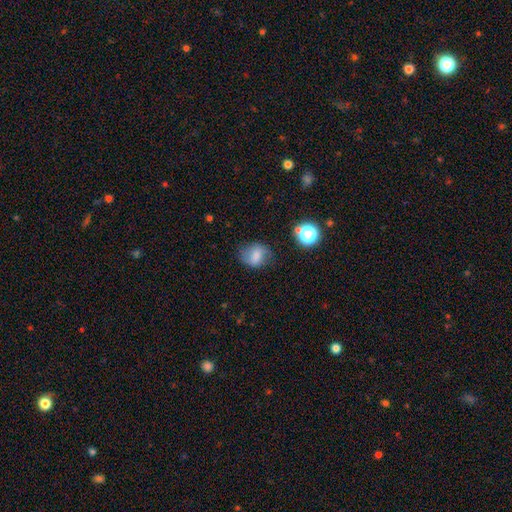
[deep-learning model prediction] smooth-or-featured: smooth: 68% | featured or disk: 19% | star or artifact: 13%
  how-rounded: in between: 50% | round: 49% | cigar-shaped: 1%
  merging: none: 66% | minor disturbance: 23% | major disturbance: 8% | merger: 2%